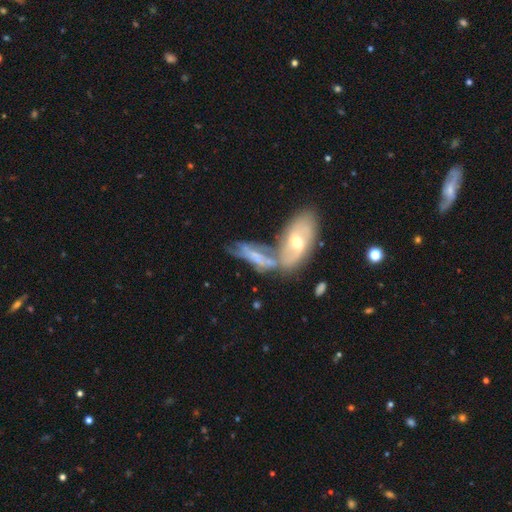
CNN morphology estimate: type=featured or disk (58%); edge-on=no (76%); merging=merger (56%).